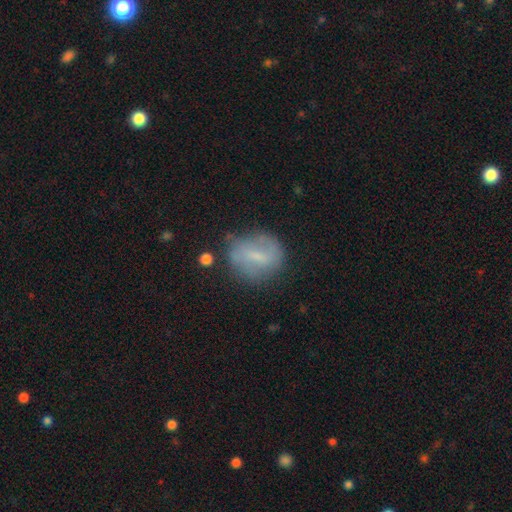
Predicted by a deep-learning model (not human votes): Smooth or featured? smooth (49%)
Merging? none (66%)